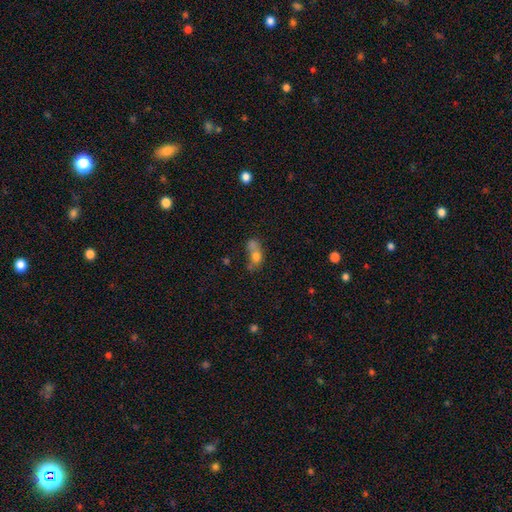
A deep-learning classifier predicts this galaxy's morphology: type=smooth (65%); roundness=in between (63%); merging=merger (49%).